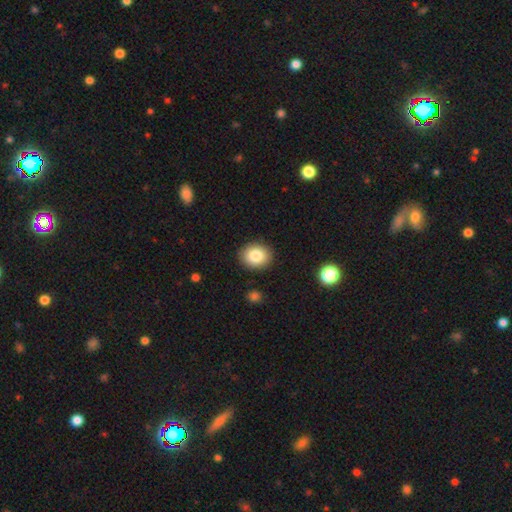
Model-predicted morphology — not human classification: type=smooth (84%); roundness=round (53%); merging=none (89%).